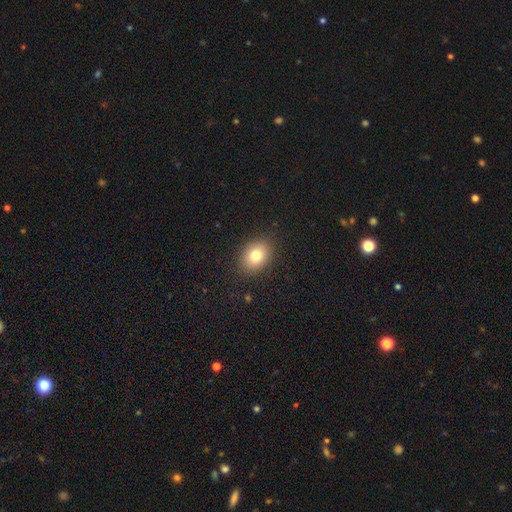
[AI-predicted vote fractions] A smooth galaxy with no disk features (79%) that is in between round and cigar-shaped (65%). Merging: none (87%).